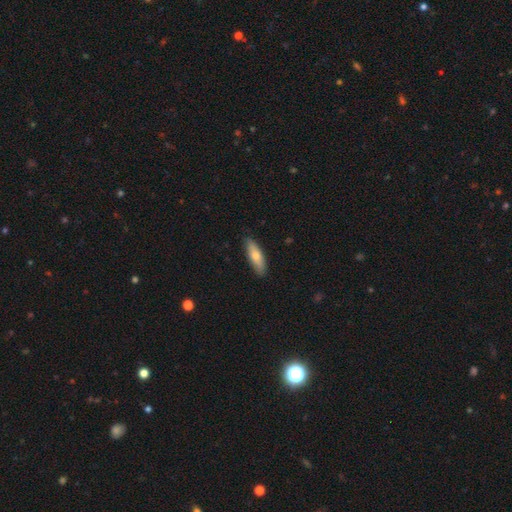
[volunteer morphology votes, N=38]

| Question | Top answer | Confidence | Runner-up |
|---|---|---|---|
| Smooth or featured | smooth | 74% | featured or disk (24%) |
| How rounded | in between | 46% | tied: cigar-shaped (46%) |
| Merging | none | 76% | minor disturbance (22%) |